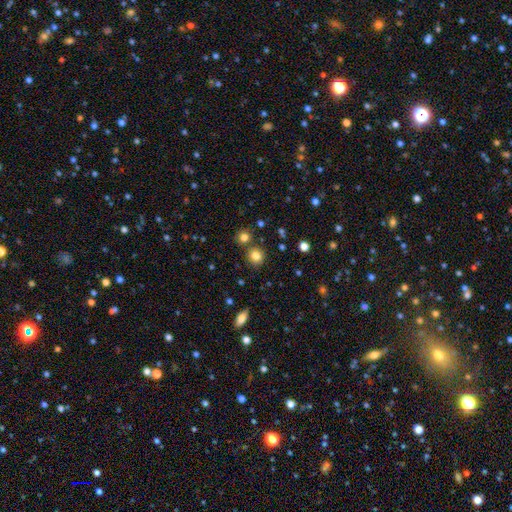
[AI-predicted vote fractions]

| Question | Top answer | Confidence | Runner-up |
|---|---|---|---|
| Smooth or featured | smooth | 81% | star or artifact (13%) |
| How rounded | round | 88% | in between (11%) |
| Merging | none | 81% | merger (8%) |